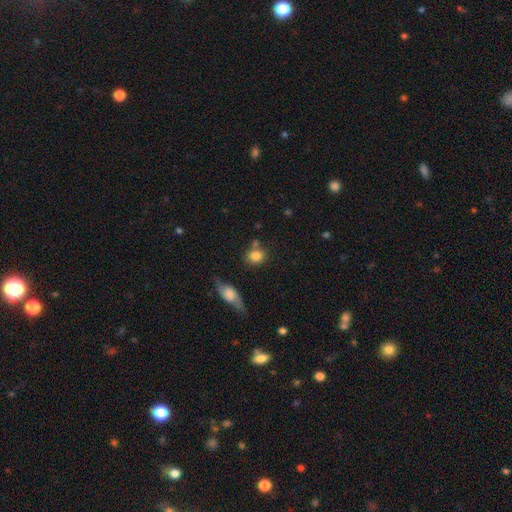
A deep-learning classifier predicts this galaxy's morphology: smooth_or_featured: smooth (p=0.82) [alt: featured or disk p=0.09]
how_rounded: round (p=0.63) [alt: in between p=0.35]
merging: none (p=0.65) [alt: minor disturbance p=0.16]